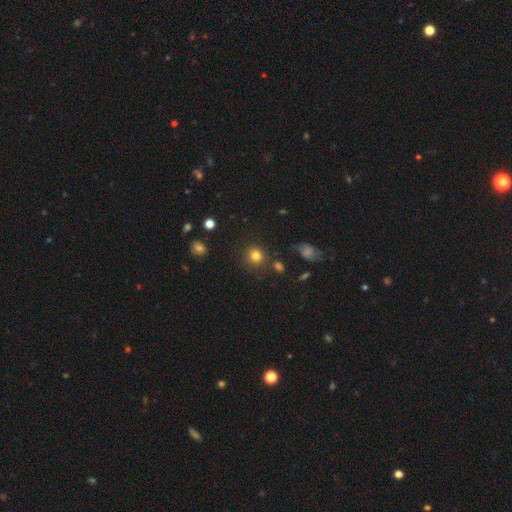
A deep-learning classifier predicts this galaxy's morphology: Smooth or featured?
  - smooth: 80% *
  - star or artifact: 13%
  - featured or disk: 7%
How rounded?
  - round: 88% *
  - in between: 11%
  - cigar-shaped: 1%
Merging?
  - none: 82% *
  - minor disturbance: 9%
  - merger: 4%
  - major disturbance: 4%